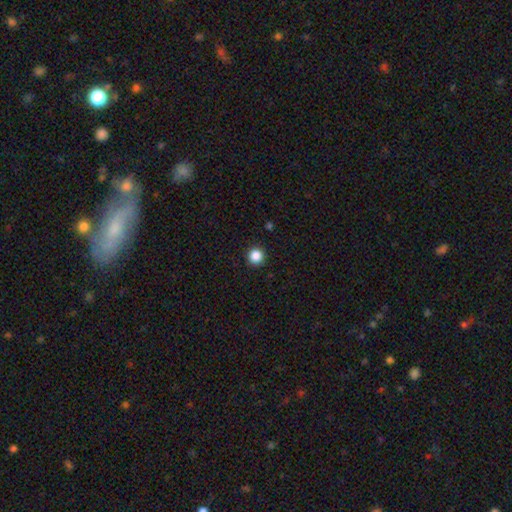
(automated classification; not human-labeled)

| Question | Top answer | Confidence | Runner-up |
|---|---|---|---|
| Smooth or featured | smooth | 87% | star or artifact (11%) |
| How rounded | round | 95% | in between (4%) |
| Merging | none | 93% | minor disturbance (4%) |